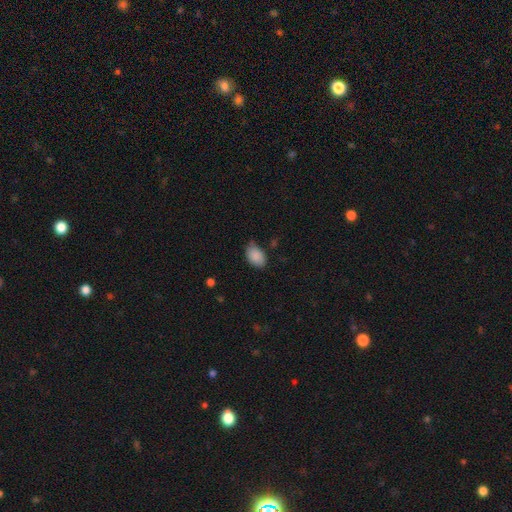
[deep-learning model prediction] A smooth galaxy with no disk features (87%) that is in between round and cigar-shaped (86%).

Vote fractions:
- Smooth or featured? smooth: 87% / star or artifact: 7% / featured or disk: 5%
- How rounded? in between: 86% / round: 13% / cigar-shaped: 1%
- Merging? none: 62% / minor disturbance: 31% / major disturbance: 5% / merger: 2%